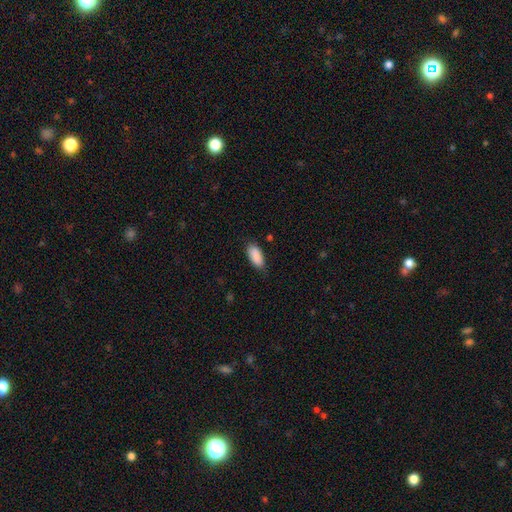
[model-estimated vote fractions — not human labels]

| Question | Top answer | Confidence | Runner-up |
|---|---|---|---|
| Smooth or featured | smooth | 90% | star or artifact (6%) |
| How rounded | in between | 89% | cigar-shaped (10%) |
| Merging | none | 83% | minor disturbance (14%) |